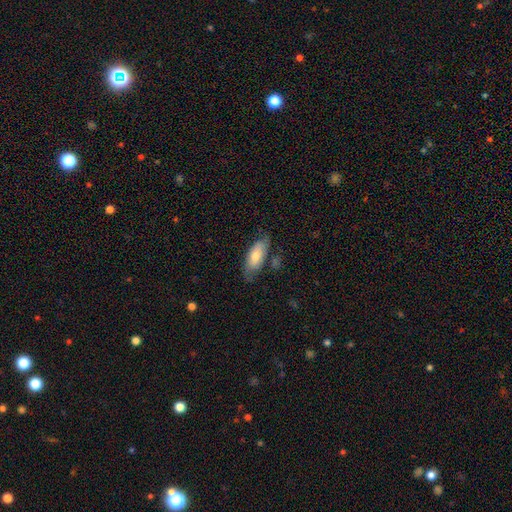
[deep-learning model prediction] Smooth or featured?
  - smooth: 66% *
  - featured or disk: 27%
  - star or artifact: 6%
How rounded?
  - in between: 79% *
  - cigar-shaped: 19%
  - round: 2%
Merging?
  - none: 67% *
  - minor disturbance: 22%
  - major disturbance: 7%
  - merger: 5%